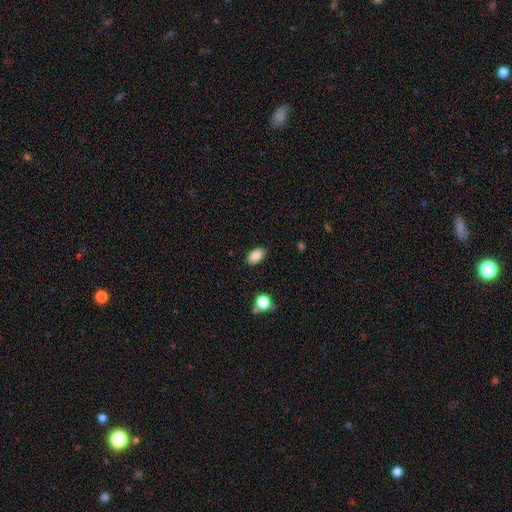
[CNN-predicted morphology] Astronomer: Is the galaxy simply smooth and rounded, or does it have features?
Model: smooth — 87%.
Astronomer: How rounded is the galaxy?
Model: in between — 92%.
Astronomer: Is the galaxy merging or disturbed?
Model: none — 87%.